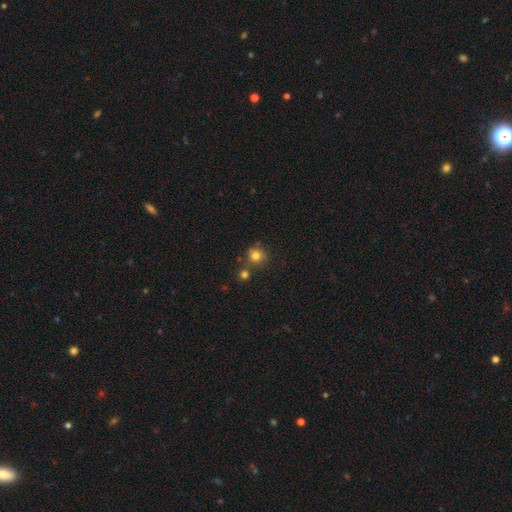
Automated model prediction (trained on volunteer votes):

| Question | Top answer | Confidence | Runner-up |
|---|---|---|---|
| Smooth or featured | smooth | 77% | star or artifact (14%) |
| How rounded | round | 87% | in between (12%) |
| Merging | none | 66% | merger (17%) |